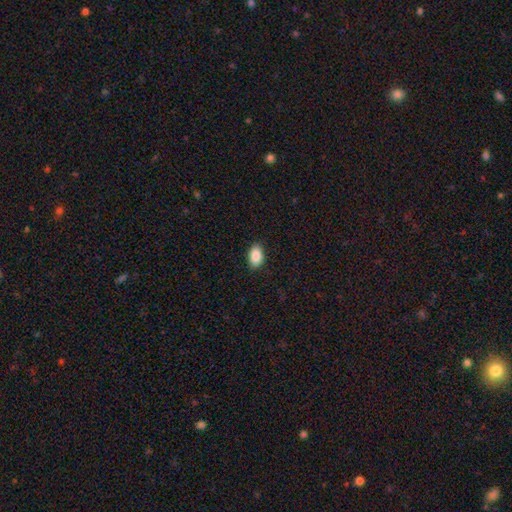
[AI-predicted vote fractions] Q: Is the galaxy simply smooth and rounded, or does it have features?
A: smooth — 89%.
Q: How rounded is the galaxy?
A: in between — 93%.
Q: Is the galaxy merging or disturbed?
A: none — 88%.